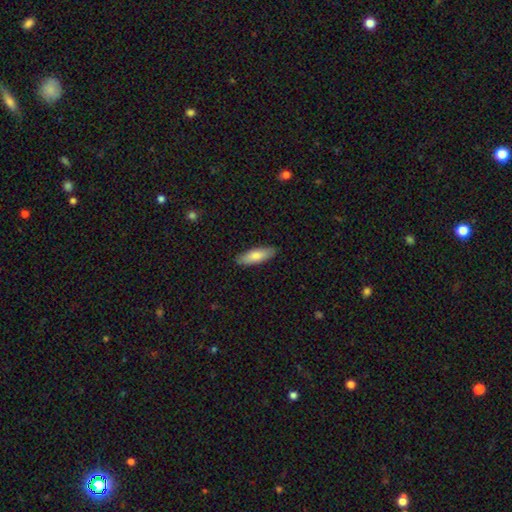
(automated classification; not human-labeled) The model was most divided on "how rounded": in between: 52%, cigar-shaped: 47%, round: 2%. More confident: merging — none (89%); smooth or featured — smooth (79%).